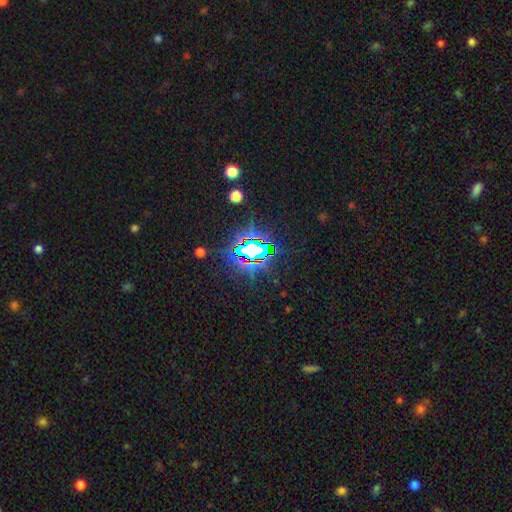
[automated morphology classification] Smooth or featured? star or artifact (84%)